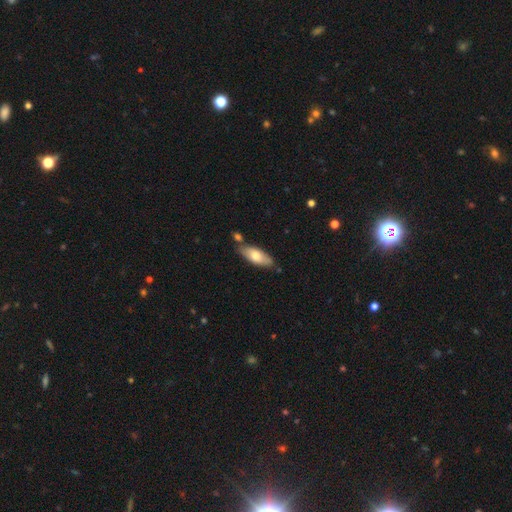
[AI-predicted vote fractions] The model was most divided on "smooth or featured": smooth: 69%, featured or disk: 26%, star or artifact: 6%. More confident: how rounded — in between (76%); merging — none (72%).